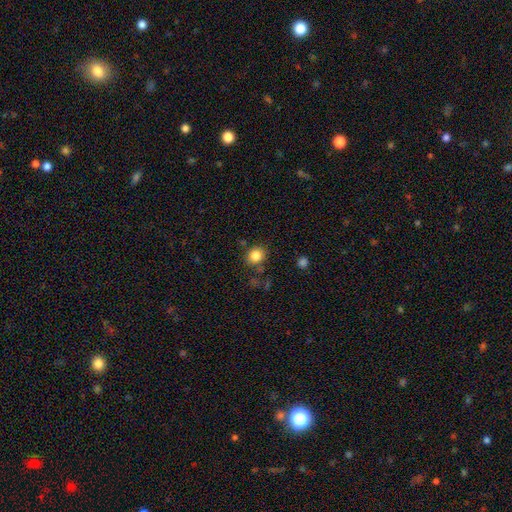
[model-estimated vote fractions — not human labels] Smooth or featured? smooth (84%)
How rounded? round (77%)
Merging? none (81%)